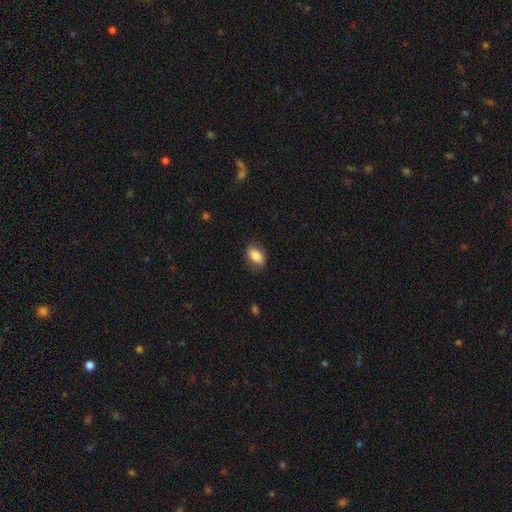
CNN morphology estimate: Smooth or featured? Predicted: smooth (p=0.86). How rounded? Predicted: in between (p=0.85). Merging? Predicted: none (p=0.82).